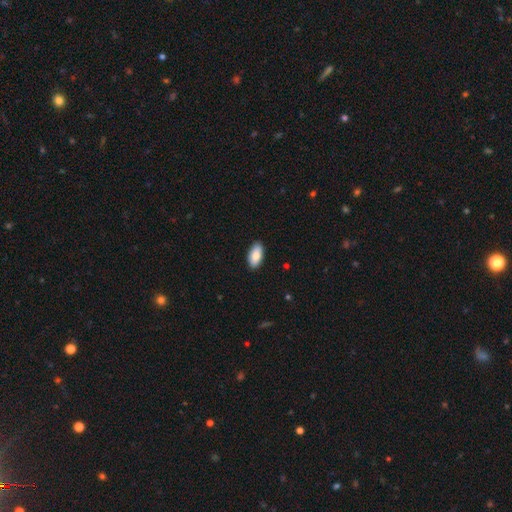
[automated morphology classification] Smooth or featured? smooth (85%)
How rounded? in between (93%)
Merging? none (89%)